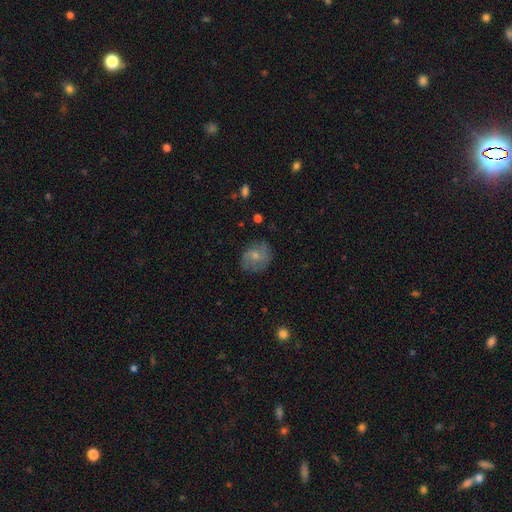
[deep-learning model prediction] Q: Smooth or featured?
A: smooth (48%); runner-up: featured or disk (44%)
Q: Merging?
A: none (71%); runner-up: minor disturbance (21%)